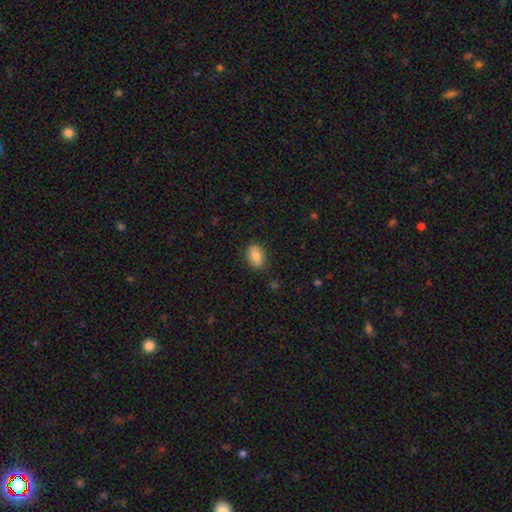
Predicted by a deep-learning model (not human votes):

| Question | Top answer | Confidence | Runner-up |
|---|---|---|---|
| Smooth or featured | smooth | 80% | featured or disk (12%) |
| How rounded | in between | 78% | round (21%) |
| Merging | none | 86% | minor disturbance (10%) |